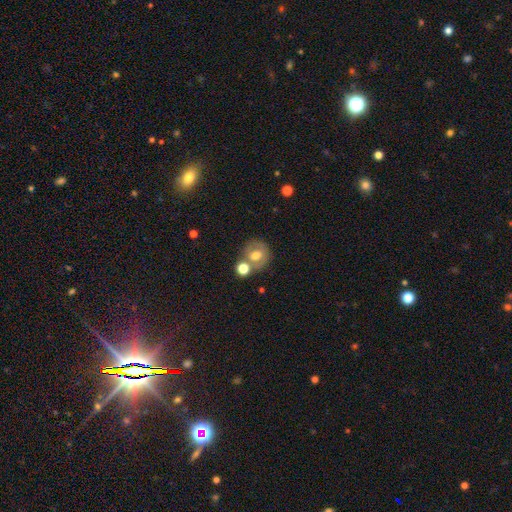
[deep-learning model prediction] smooth 61%, featured or disk 28%, star or artifact 11%. Down the decision tree: how rounded — round (78%); merging — none (56%).